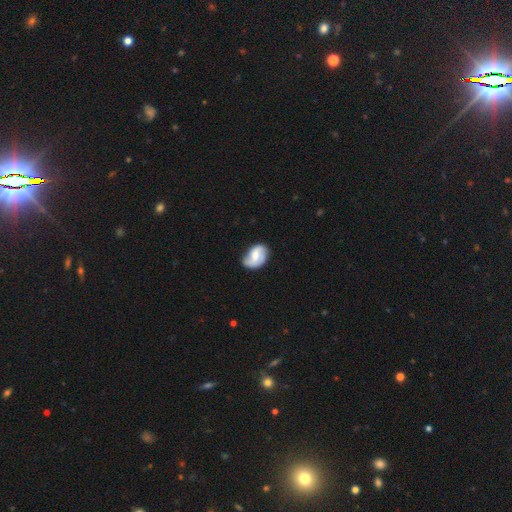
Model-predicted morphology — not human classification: smooth-or-featured: featured or disk: 51% | smooth: 43% | star or artifact: 7%
  disk-edge-on: no: 97% | yes: 3%
  merging: none: 60% | minor disturbance: 30% | major disturbance: 8% | merger: 2%